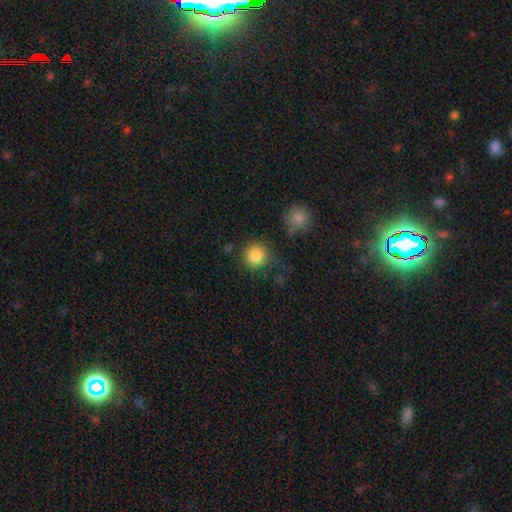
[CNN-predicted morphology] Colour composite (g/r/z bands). It shows a smooth galaxy with no disk features (86%) that is round (91%). Merging: none (72%).